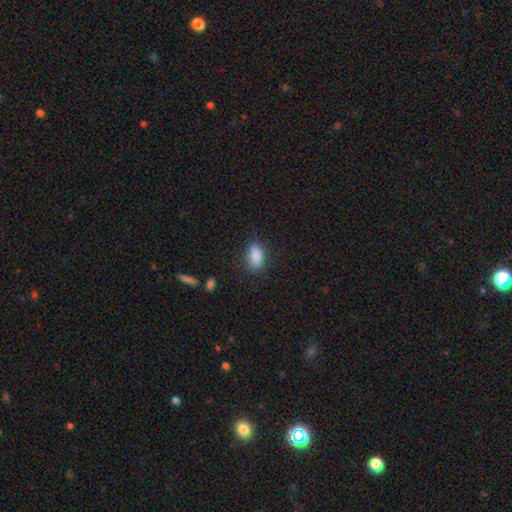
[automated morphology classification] The model was most divided on "merging": none: 79%, minor disturbance: 15%, major disturbance: 4%, merger: 2%. More confident: smooth or featured — smooth (86%); how rounded — in between (83%).